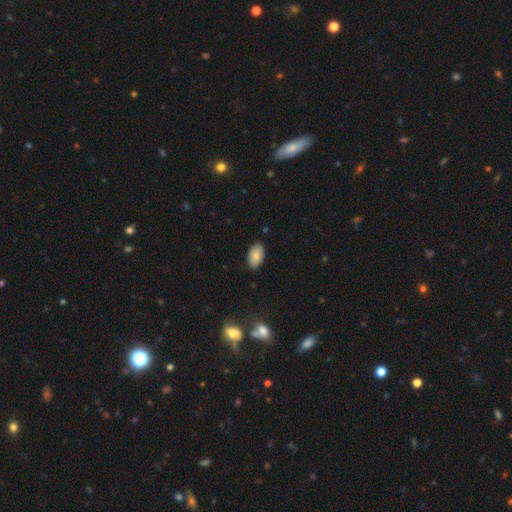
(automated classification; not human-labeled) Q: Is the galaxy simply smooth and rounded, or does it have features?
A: smooth — 85%.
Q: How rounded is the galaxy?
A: in between — 94%.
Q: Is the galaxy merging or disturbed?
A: none — 86%.